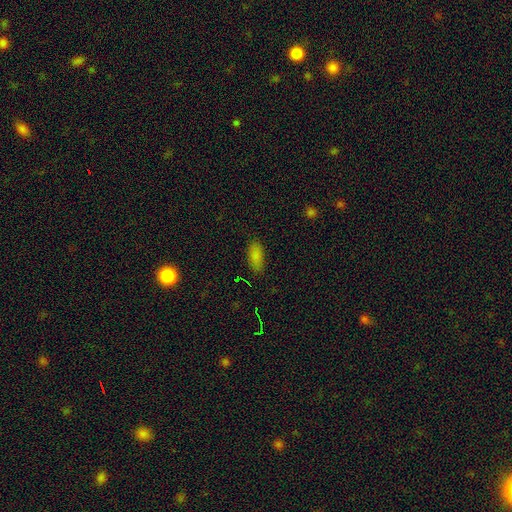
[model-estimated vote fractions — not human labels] smooth-or-featured: smooth: 83% | star or artifact: 12% | featured or disk: 6%
  how-rounded: in between: 88% | cigar-shaped: 9% | round: 3%
  merging: none: 86% | minor disturbance: 11% | major disturbance: 2% | merger: 1%